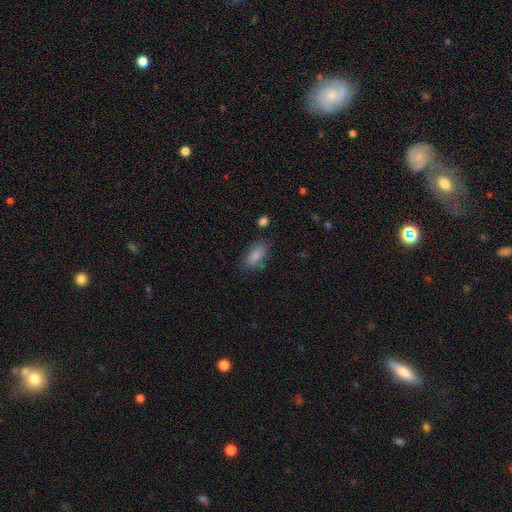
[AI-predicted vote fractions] Morphology: type=smooth (84%); roundness=in between (90%); merging=none (75%).